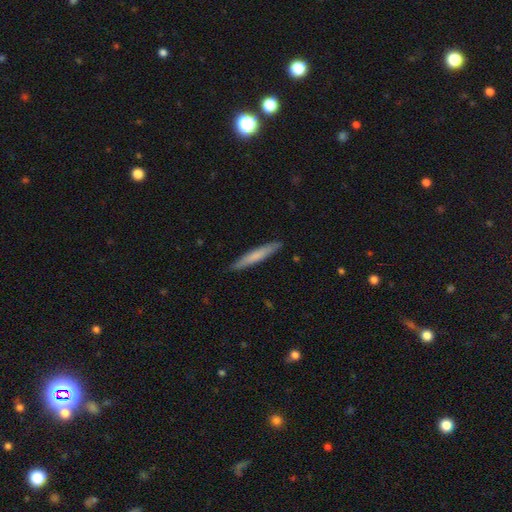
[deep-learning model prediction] Smooth or featured?
  - smooth: 69% *
  - featured or disk: 26%
  - star or artifact: 5%
How rounded?
  - cigar-shaped: 95% *
  - in between: 4%
  - round: 1%
Merging?
  - none: 91% *
  - minor disturbance: 7%
  - major disturbance: 1%
  - merger: 1%